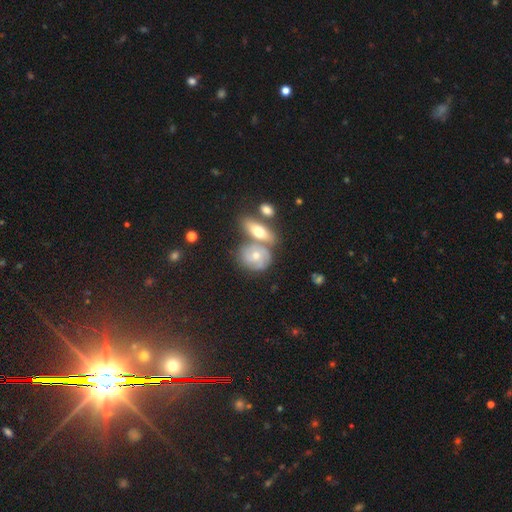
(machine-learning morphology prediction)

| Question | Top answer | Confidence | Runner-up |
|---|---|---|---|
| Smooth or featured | featured or disk | 54% | smooth (38%) |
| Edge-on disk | no | 90% | yes (10%) |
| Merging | none | 49% | merger (31%) |